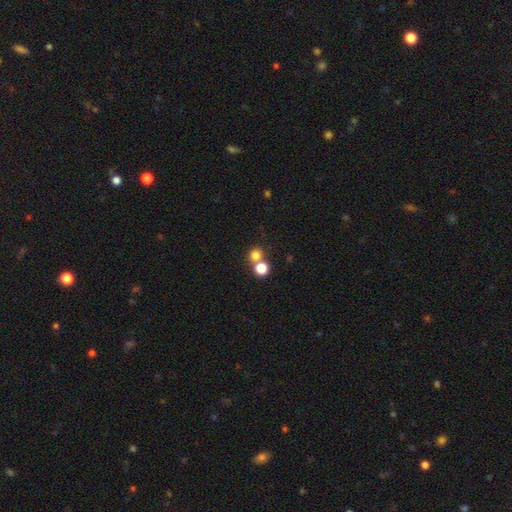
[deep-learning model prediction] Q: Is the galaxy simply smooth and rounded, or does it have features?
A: smooth — 78%.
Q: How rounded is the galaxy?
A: round — 89%.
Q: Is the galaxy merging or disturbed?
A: none — 56%.